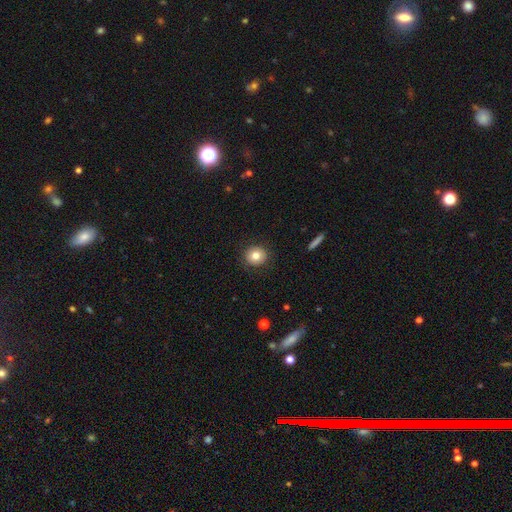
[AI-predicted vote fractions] smooth_or_featured: smooth (p=0.80) [alt: featured or disk p=0.11]
how_rounded: round (p=0.90) [alt: in between p=0.09]
merging: none (p=0.90) [alt: minor disturbance p=0.07]